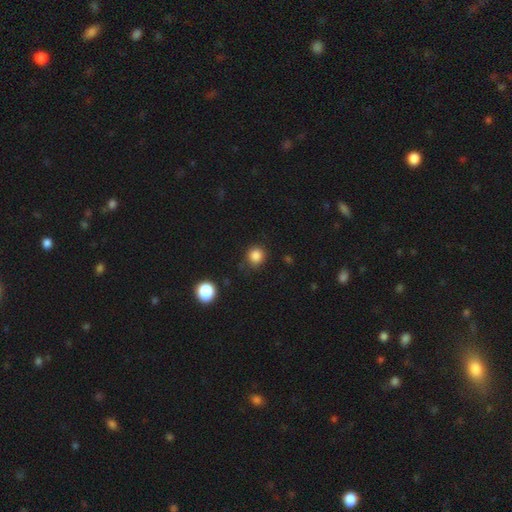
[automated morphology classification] smooth-or-featured: smooth: 85% | star or artifact: 12% | featured or disk: 3%
  how-rounded: round: 91% | in between: 8% | cigar-shaped: 1%
  merging: none: 85% | minor disturbance: 10% | major disturbance: 3% | merger: 2%